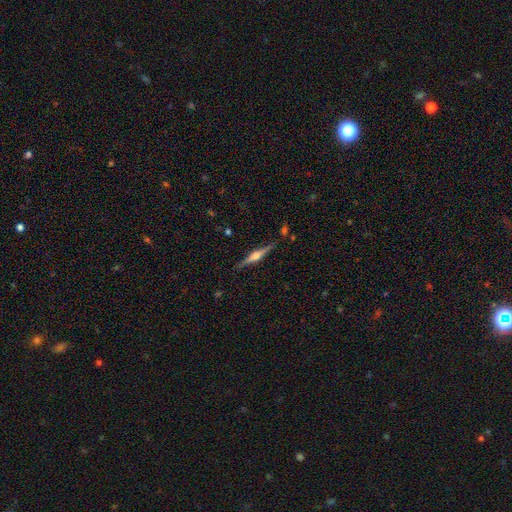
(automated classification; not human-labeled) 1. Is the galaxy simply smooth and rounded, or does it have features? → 78% featured or disk, 16% smooth, 6% star or artifact.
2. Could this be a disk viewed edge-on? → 98% yes, 2% no.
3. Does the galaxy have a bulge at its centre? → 88% rounded, 9% boxy, 3% none.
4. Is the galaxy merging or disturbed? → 88% none, 9% minor disturbance, 2% major disturbance, 2% merger.